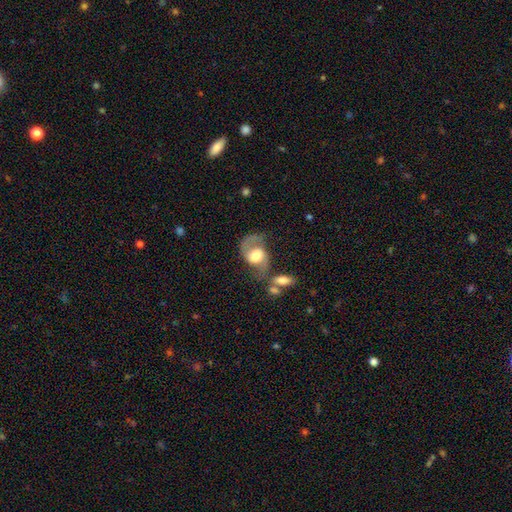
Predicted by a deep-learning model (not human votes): This is likely a featured or disk galaxy (70%). It is clearly not viewed edge-on (96%). Bar: possibly no (53%). Spiral arm pattern: clearly yes (88%). Spiral arm count: likely 2 (80%). Spiral winding: possibly loose (50%). Central bulge: possibly moderate (52%). Merging: marginally none (42%).